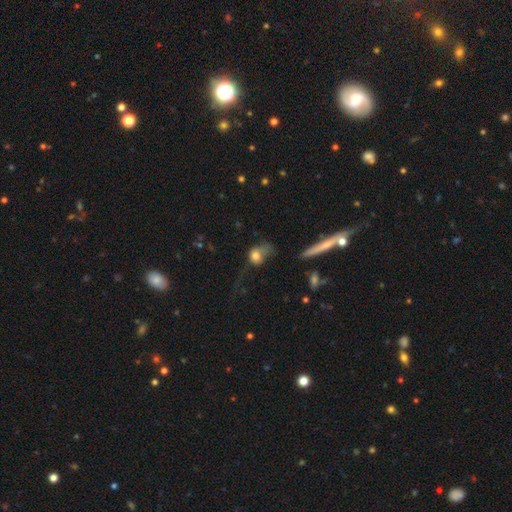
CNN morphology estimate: smooth 70%, featured or disk 21%, star or artifact 9%. Down the decision tree: how rounded — in between (52%); merging — major disturbance (51%).